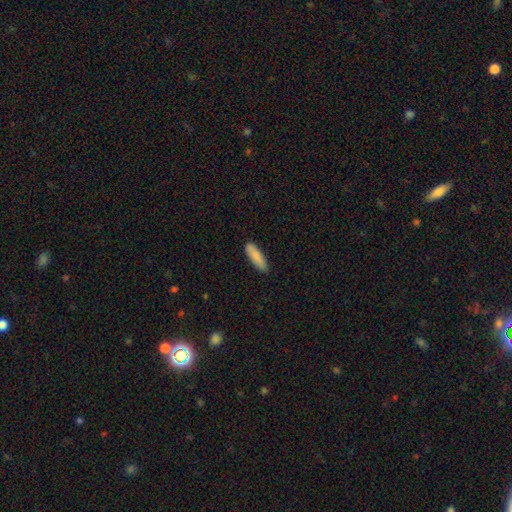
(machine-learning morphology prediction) Overall: smooth (86%). How rounded: cigar-shaped (60%; in between 39%). Merging: none (86%).